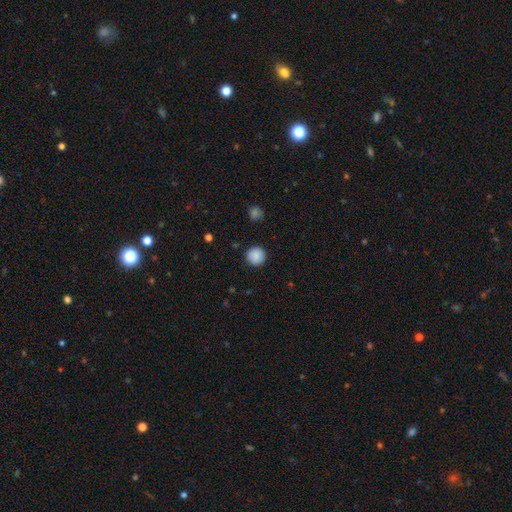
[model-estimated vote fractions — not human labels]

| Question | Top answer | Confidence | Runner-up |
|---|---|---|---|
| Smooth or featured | smooth | 88% | star or artifact (8%) |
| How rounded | round | 95% | in between (4%) |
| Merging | none | 90% | minor disturbance (7%) |